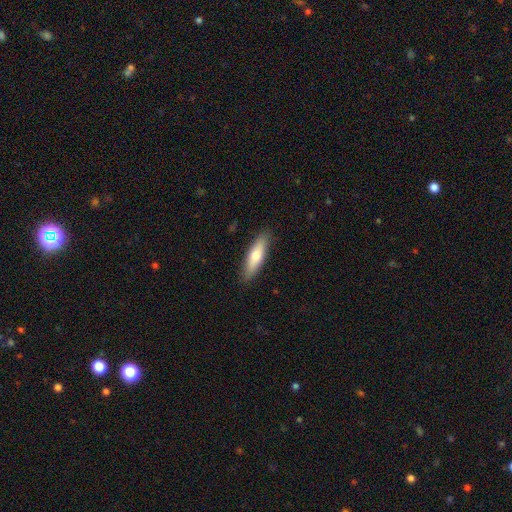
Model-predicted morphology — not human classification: smooth_or_featured: smooth (p=0.67) [alt: featured or disk p=0.27]
how_rounded: cigar-shaped (p=0.61) [alt: in between p=0.37]
merging: none (p=0.88) [alt: minor disturbance p=0.09]